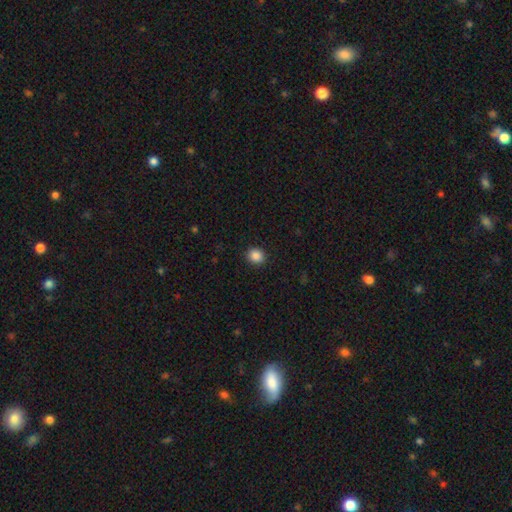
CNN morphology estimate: Smooth or featured?
  - smooth: 87% *
  - star or artifact: 10%
  - featured or disk: 3%
How rounded?
  - round: 81% *
  - in between: 18%
  - cigar-shaped: 1%
Merging?
  - none: 91% *
  - minor disturbance: 6%
  - major disturbance: 2%
  - merger: 1%